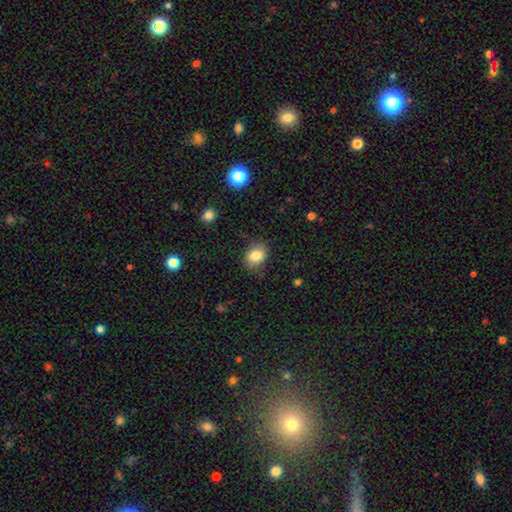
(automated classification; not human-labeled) Smooth or featured? Predicted: smooth (p=0.83). How rounded? Predicted: in between (p=0.53). Merging? Predicted: none (p=0.81).